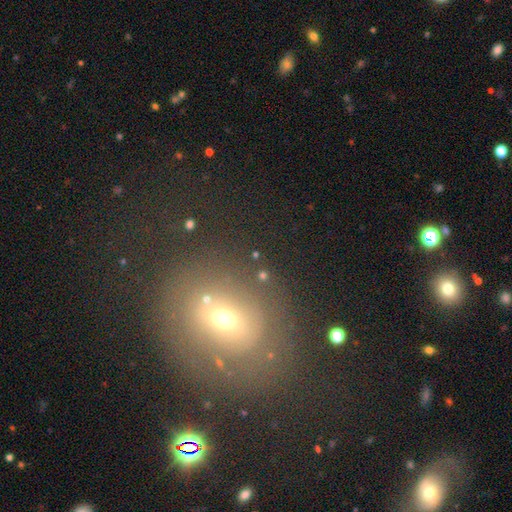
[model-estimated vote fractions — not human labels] Smooth or featured? smooth (49%)
Merging? none (72%)